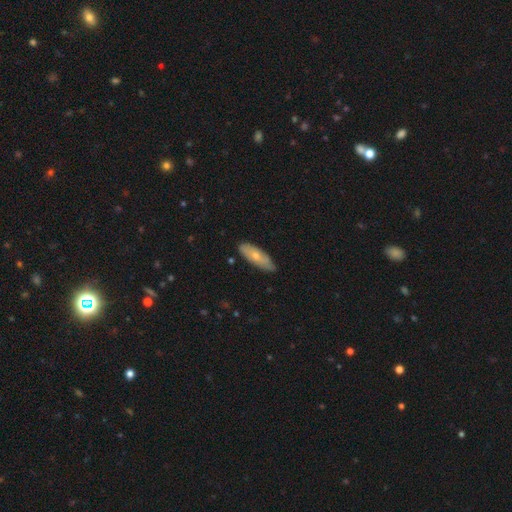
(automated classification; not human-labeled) Smooth or featured?
  - smooth: 64% *
  - featured or disk: 30%
  - star or artifact: 6%
How rounded?
  - in between: 57% *
  - cigar-shaped: 41%
  - round: 2%
Merging?
  - none: 79% *
  - minor disturbance: 18%
  - major disturbance: 2%
  - merger: 1%